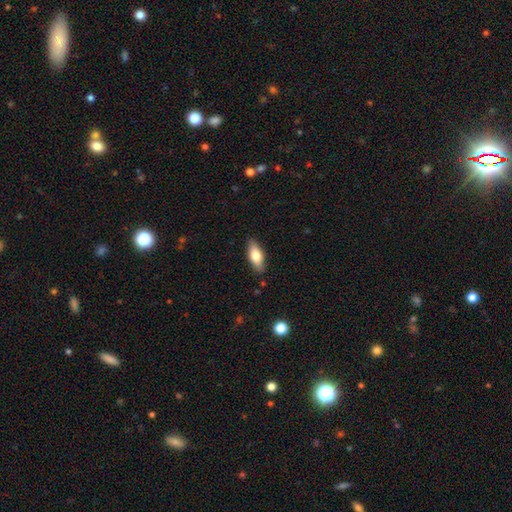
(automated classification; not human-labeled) A smooth galaxy with no disk features (71%) that is in between round and cigar-shaped (75%).

Vote fractions:
- Smooth or featured? smooth: 71% / featured or disk: 22% / star or artifact: 6%
- How rounded? in between: 75% / cigar-shaped: 22% / round: 3%
- Merging? none: 85% / minor disturbance: 11% / major disturbance: 2% / merger: 1%